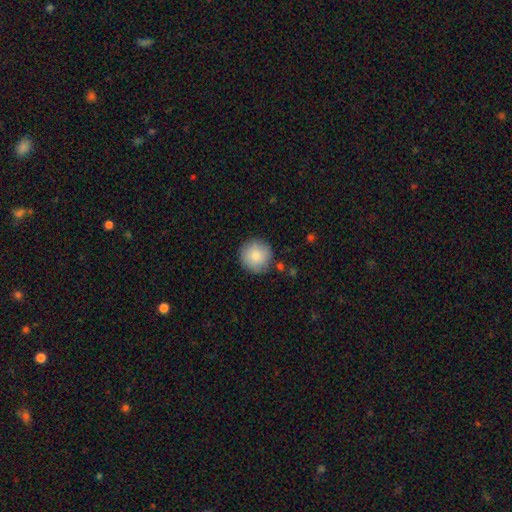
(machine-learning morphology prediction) smooth-or-featured: smooth: 84% | featured or disk: 9% | star or artifact: 7%
  how-rounded: round: 96% | in between: 4% | cigar-shaped: 1%
  merging: none: 86% | minor disturbance: 9% | major disturbance: 2% | merger: 2%